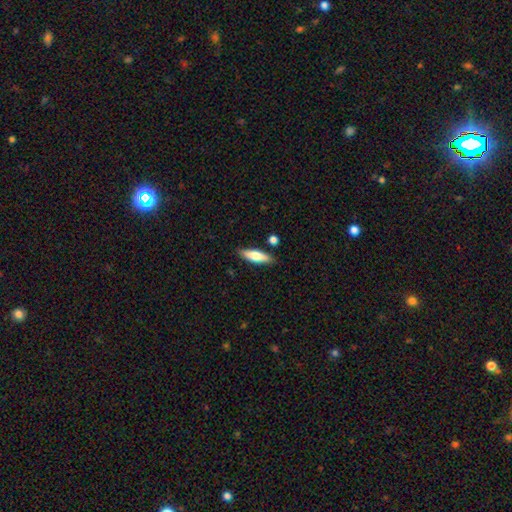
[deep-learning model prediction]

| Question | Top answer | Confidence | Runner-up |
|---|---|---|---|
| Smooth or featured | smooth | 65% | featured or disk (29%) |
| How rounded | cigar-shaped | 52% | in between (45%) |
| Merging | none | 83% | minor disturbance (10%) |